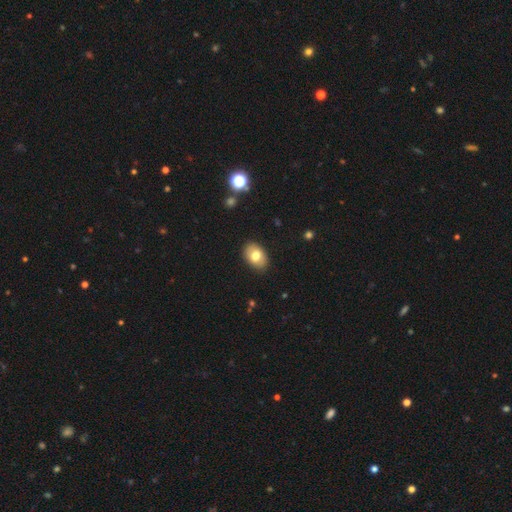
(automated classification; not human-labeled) smooth 76%, featured or disk 16%, star or artifact 8%. Down the decision tree: how rounded — in between (84%); merging — none (87%).